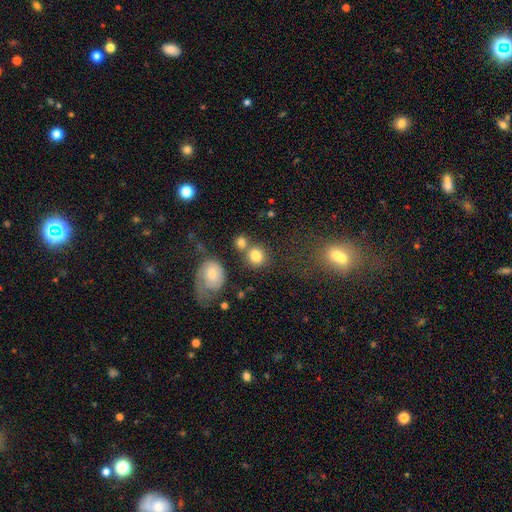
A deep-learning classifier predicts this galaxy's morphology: A smooth galaxy with no disk features (81%) that is round (81%). Merging: none (55%).